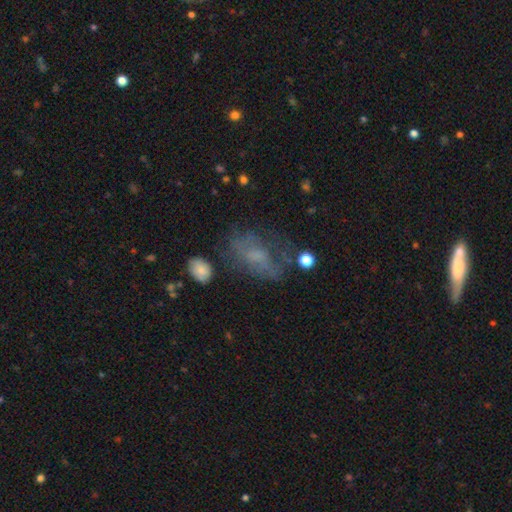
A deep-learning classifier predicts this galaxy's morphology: A featured or disk galaxy (43%). Merging: none (46%).